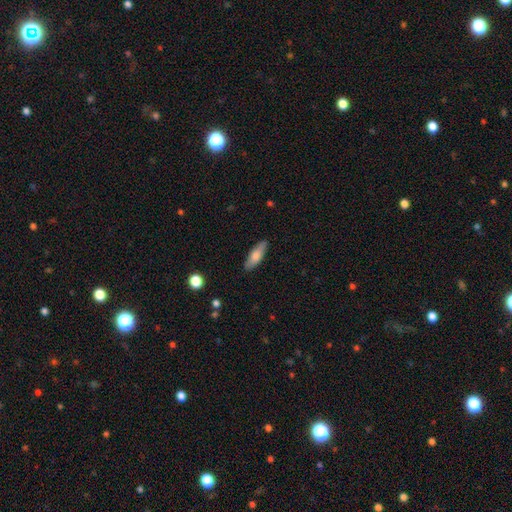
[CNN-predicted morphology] A smooth galaxy with no disk features (70%) that is in between round and cigar-shaped (52%). Merging: none (87%).